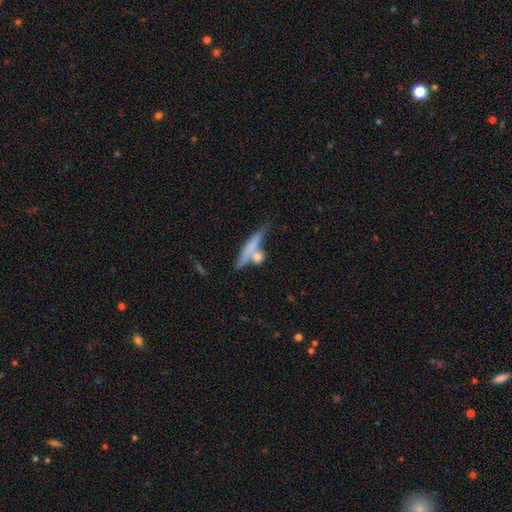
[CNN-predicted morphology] A smooth galaxy with no disk features (56%) that is cigar-shaped (71%).

Vote fractions:
- Smooth or featured? smooth: 56% / featured or disk: 36% / star or artifact: 8%
- How rounded? cigar-shaped: 71% / in between: 17% / round: 12%
- Merging? none: 51% / merger: 29% / minor disturbance: 14% / major disturbance: 6%